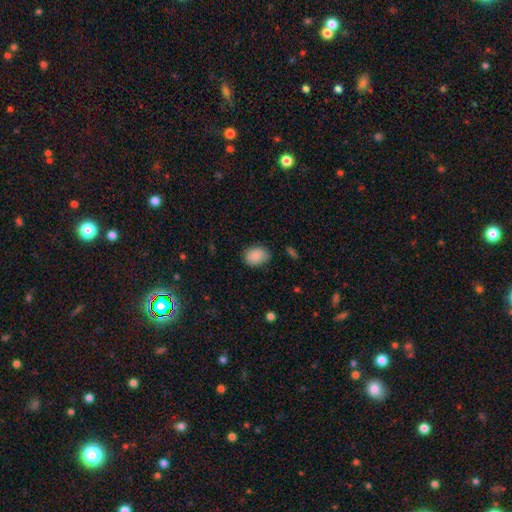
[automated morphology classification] A smooth galaxy with no disk features (88%) that is in between round and cigar-shaped (68%). Merging: none (77%).